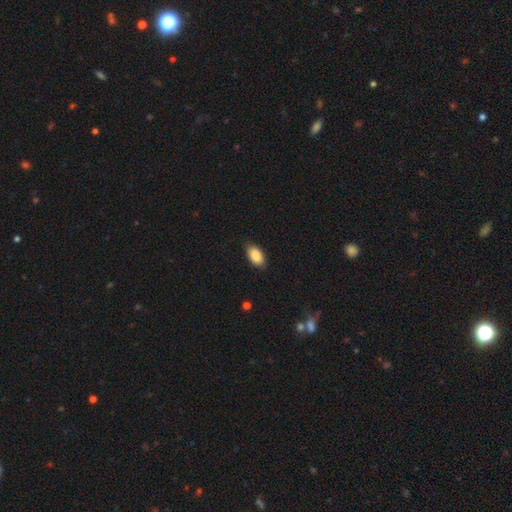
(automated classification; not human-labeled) This appears to be a smooth galaxy with no disk features (88%) that is in between round and cigar-shaped (94%). Merging: none (85%).